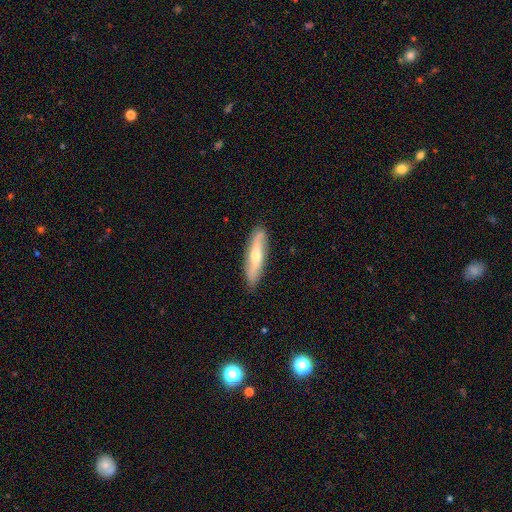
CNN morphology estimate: Smooth or featured: featured or disk — 50% (smooth — 45%)
Edge-on disk: yes — 54% (no — 46%)
Merging: none — 87% (minor disturbance — 10%)